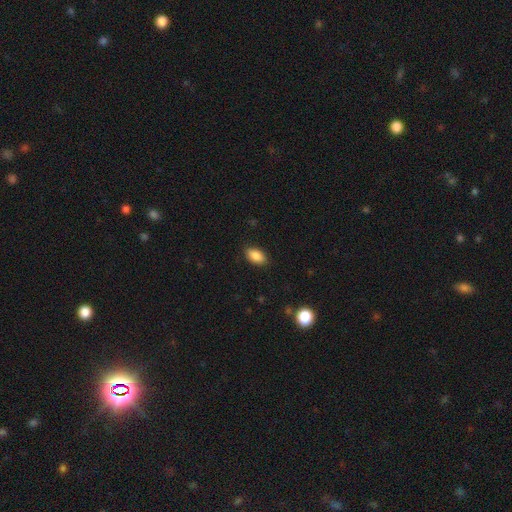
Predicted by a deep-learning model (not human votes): Smooth or featured: smooth — 87% (star or artifact — 8%)
How rounded: in between — 91% (round — 6%)
Merging: none — 86% (minor disturbance — 11%)